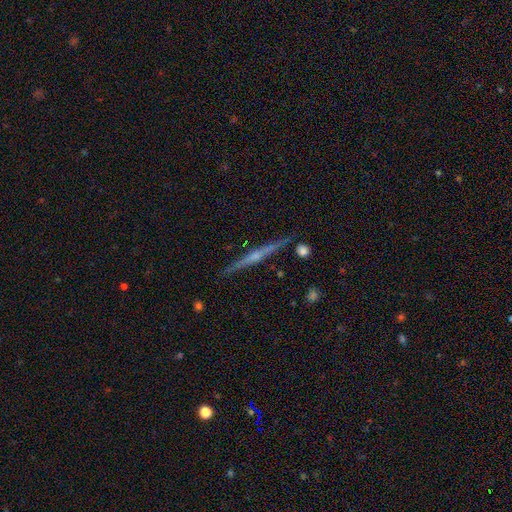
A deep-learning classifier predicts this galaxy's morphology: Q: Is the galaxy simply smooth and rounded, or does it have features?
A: featured or disk — 80%.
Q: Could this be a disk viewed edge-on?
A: yes — 98%.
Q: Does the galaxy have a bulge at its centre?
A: rounded — 76%.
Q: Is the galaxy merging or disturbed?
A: none — 90%.